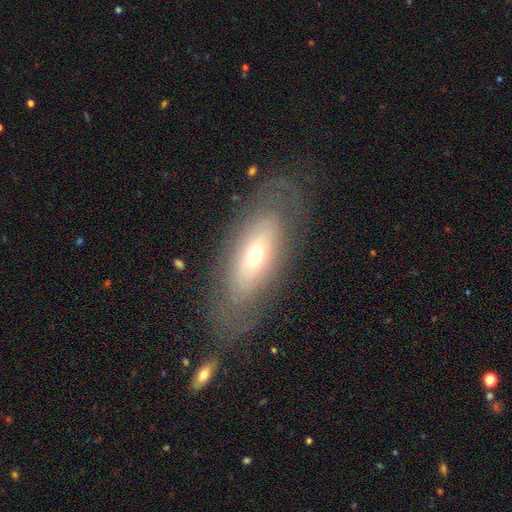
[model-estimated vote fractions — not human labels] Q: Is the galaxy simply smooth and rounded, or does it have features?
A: featured or disk — 52%.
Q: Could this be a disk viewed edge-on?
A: no — 80%.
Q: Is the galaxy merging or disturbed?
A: none — 75%.